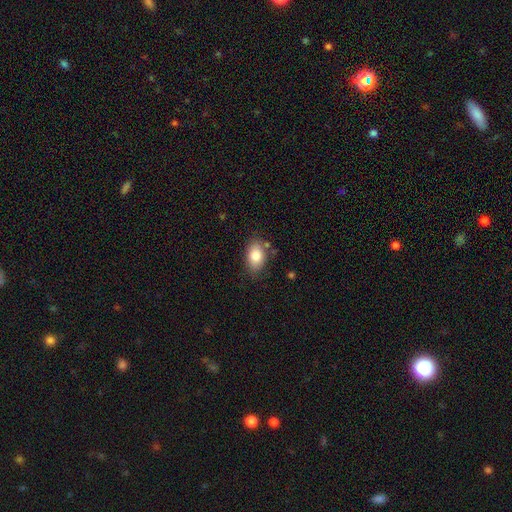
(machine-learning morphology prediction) Overall: smooth (82%). How rounded: in between (88%). Merging: none (78%).